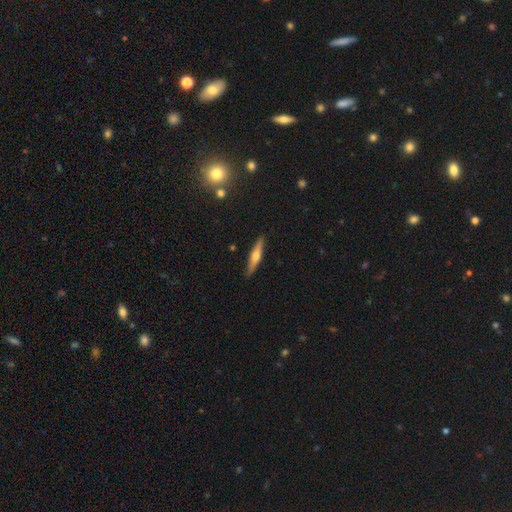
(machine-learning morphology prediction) type=featured or disk (53%); edge-on=yes (95%); edge-on bulge=rounded (87%); merging=none (89%).